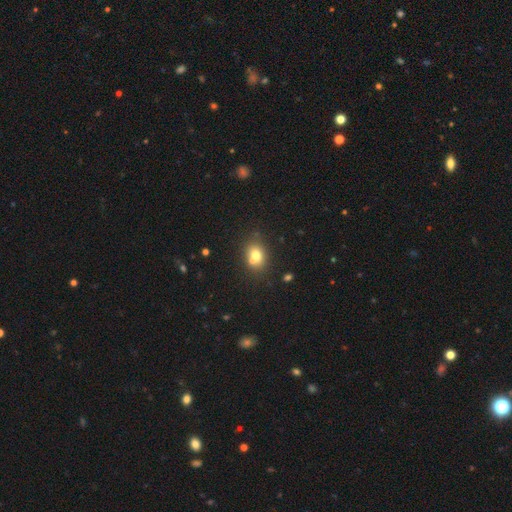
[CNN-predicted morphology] Smooth or featured: smooth — 72% (featured or disk — 15%)
How rounded: round — 50% (in between — 49%)
Merging: none — 56% (merger — 28%)